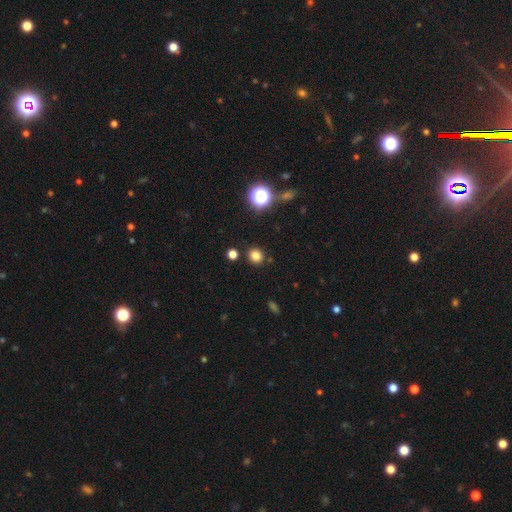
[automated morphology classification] smooth-or-featured: smooth: 80% | star or artifact: 16% | featured or disk: 4%
  how-rounded: round: 83% | in between: 16% | cigar-shaped: 1%
  merging: none: 87% | minor disturbance: 7% | merger: 4% | major disturbance: 3%